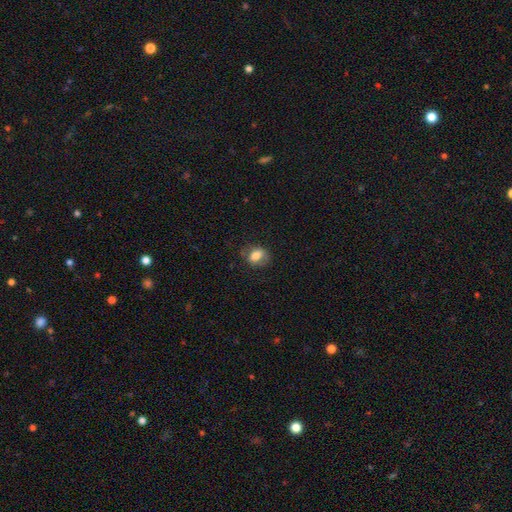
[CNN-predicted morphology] Q: Smooth or featured?
A: smooth (72%); runner-up: featured or disk (20%)
Q: How rounded?
A: in between (63%); runner-up: round (35%)
Q: Merging?
A: none (68%); runner-up: minor disturbance (21%)